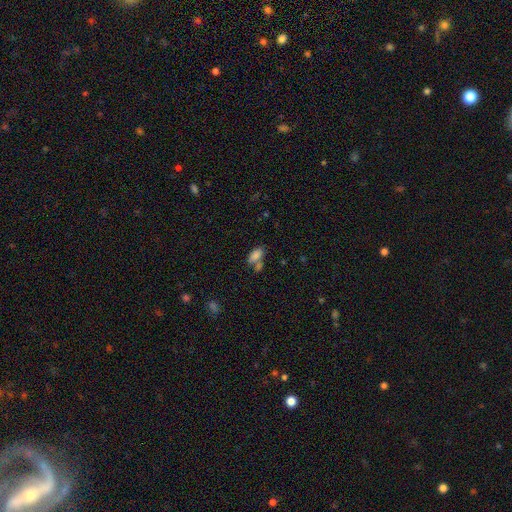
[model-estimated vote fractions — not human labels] Overall: smooth (82%). How rounded: in between (89%). Merging: none (43%; merger 38%).